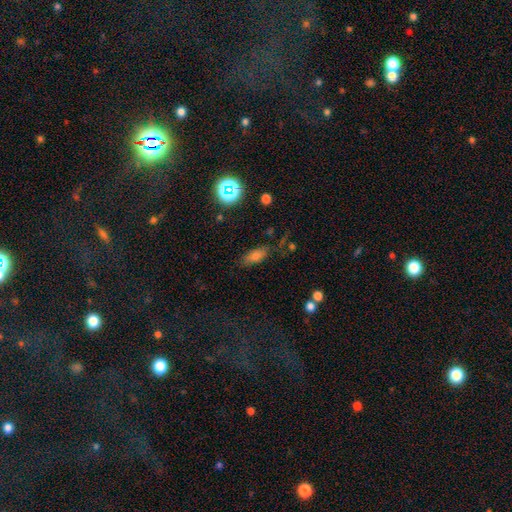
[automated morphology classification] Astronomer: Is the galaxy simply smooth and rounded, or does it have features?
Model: smooth — 73%.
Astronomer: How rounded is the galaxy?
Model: in between — 78%.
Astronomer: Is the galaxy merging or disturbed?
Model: none — 72%.